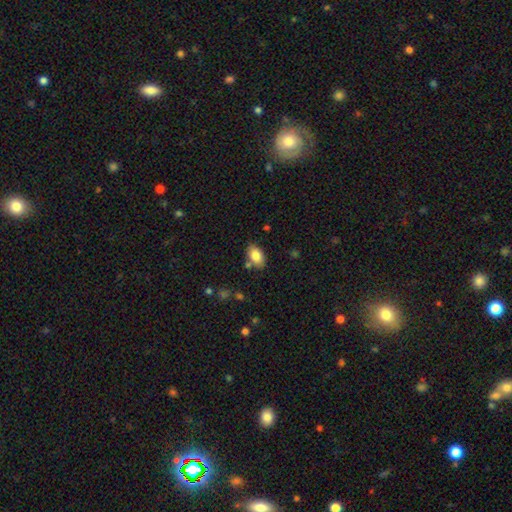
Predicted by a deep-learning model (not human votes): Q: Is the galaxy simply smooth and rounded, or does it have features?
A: smooth — 84%.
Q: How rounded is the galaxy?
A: in between — 91%.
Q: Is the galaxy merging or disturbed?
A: none — 78%.